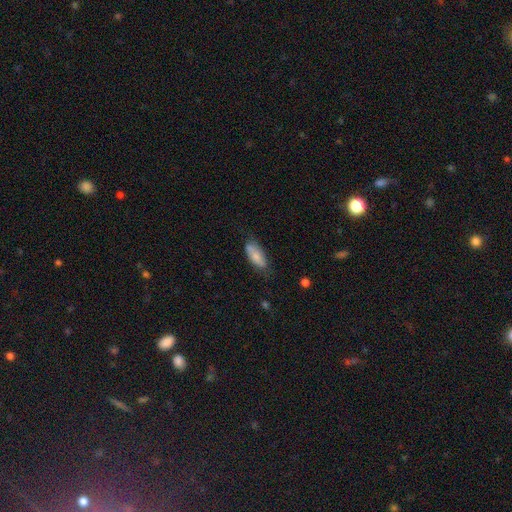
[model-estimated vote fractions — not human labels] Overall: smooth (73%). How rounded: in between (81%). Merging: none (65%; minor disturbance 26%).